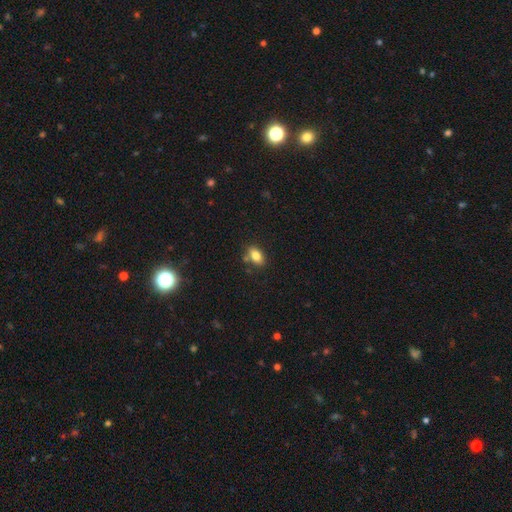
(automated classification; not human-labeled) smooth-or-featured: smooth: 82% | featured or disk: 9% | star or artifact: 9%
  how-rounded: in between: 87% | round: 10% | cigar-shaped: 3%
  merging: none: 74% | minor disturbance: 13% | merger: 9% | major disturbance: 3%